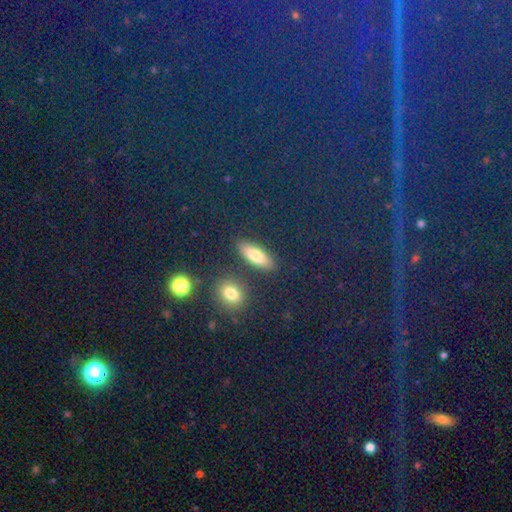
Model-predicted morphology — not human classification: Smooth or featured: smooth — 75% (featured or disk — 13%)
How rounded: in between — 64% (cigar-shaped — 27%)
Merging: none — 85% (minor disturbance — 8%)